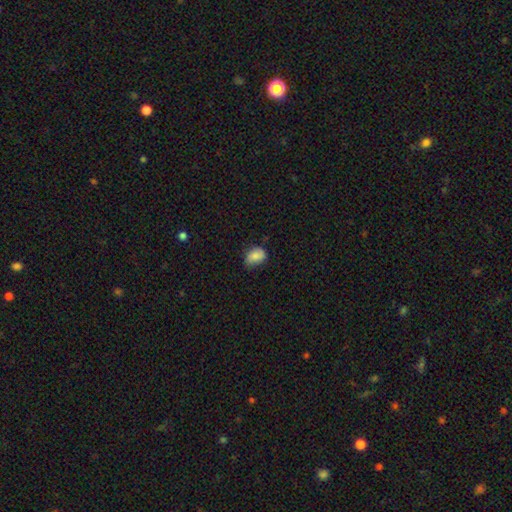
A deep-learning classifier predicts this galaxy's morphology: A smooth galaxy with no disk features (79%) that is in between round and cigar-shaped (68%). Merging: none (60%).